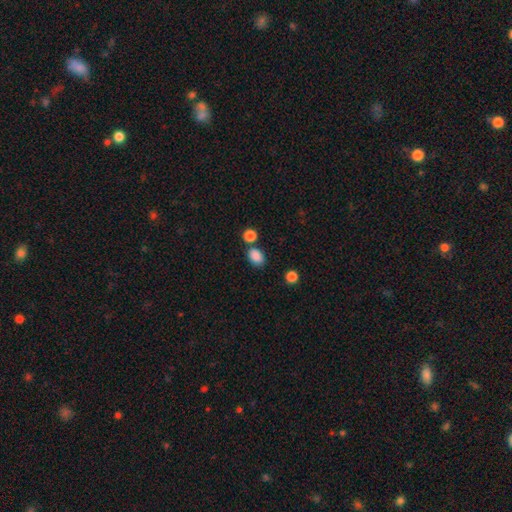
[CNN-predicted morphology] This is clearly a smooth galaxy (87%). How rounded: likely in between (75%). Merging: likely none (70%).